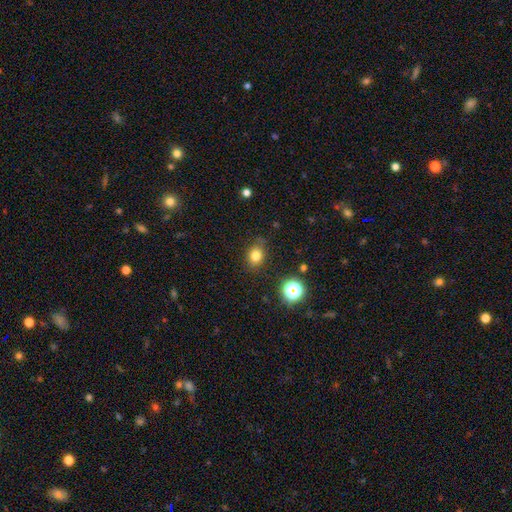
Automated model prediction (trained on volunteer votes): The model was most divided on "how rounded": round: 50%, in between: 49%, cigar-shaped: 1%. More confident: merging — none (79%); smooth or featured — smooth (78%).